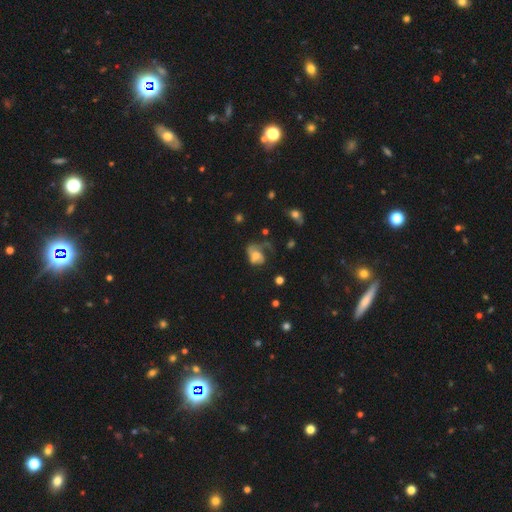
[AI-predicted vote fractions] smooth_or_featured: featured or disk (p=0.52) [alt: smooth p=0.38]
disk_edge_on: no (p=0.97) [alt: yes p=0.03]
bar: no (p=0.71) [alt: weak p=0.24]
has_spiral_arms: yes (p=0.68) [alt: no p=0.32]
bulge_size: moderate (p=0.46) [alt: small p=0.29]
merging: major disturbance (p=0.44) [alt: none p=0.28]